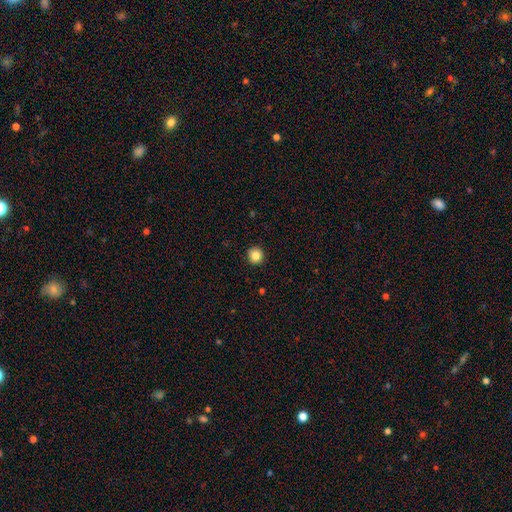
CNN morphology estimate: Q: Smooth or featured?
A: smooth (84%); runner-up: star or artifact (10%)
Q: How rounded?
A: round (93%); runner-up: in between (6%)
Q: Merging?
A: none (92%); runner-up: minor disturbance (6%)